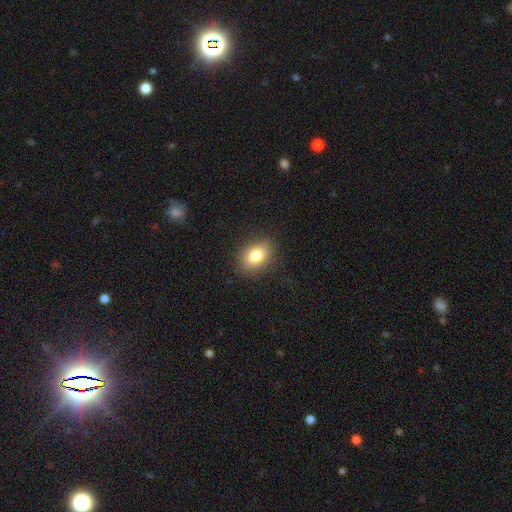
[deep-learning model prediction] This appears to be a smooth galaxy with no disk features (81%) that is in between round and cigar-shaped (77%). Merging: none (88%).